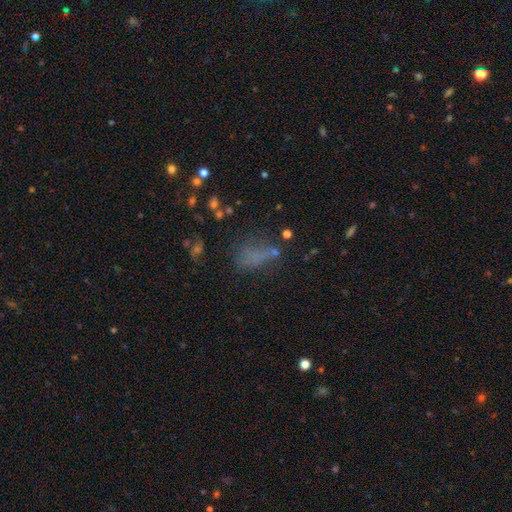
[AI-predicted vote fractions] A smooth galaxy with no disk features (54%) that is in between round and cigar-shaped (70%). Merging: none (44%).